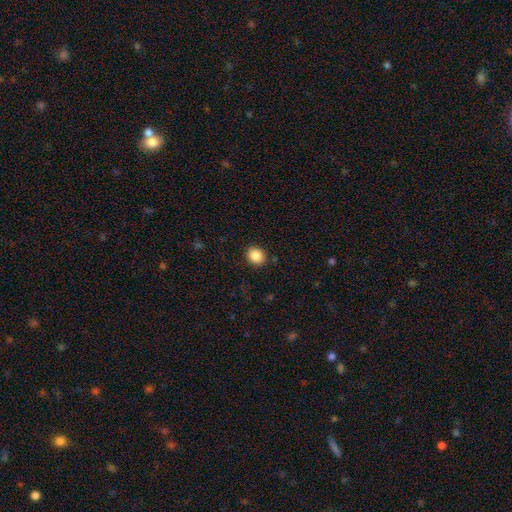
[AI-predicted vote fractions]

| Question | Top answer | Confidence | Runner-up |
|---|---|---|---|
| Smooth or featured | smooth | 87% | star or artifact (9%) |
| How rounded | round | 64% | in between (35%) |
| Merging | none | 89% | minor disturbance (7%) |